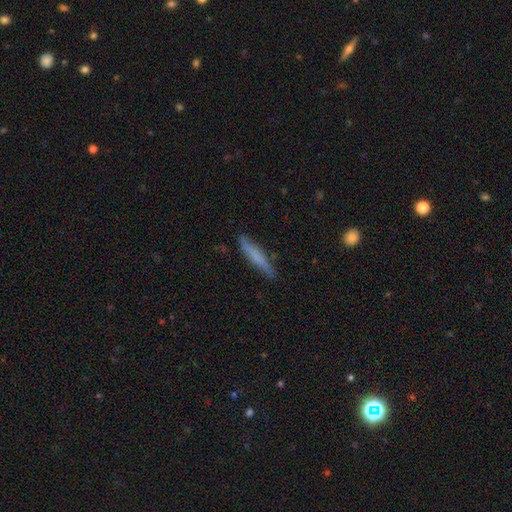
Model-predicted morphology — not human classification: type=smooth (63%); roundness=cigar-shaped (92%); merging=none (81%).